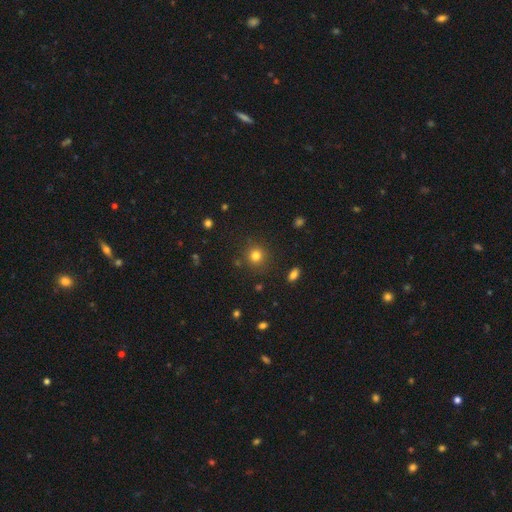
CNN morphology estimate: Smooth or featured: smooth — 79% (star or artifact — 15%)
How rounded: round — 91% (in between — 8%)
Merging: none — 86% (minor disturbance — 8%)